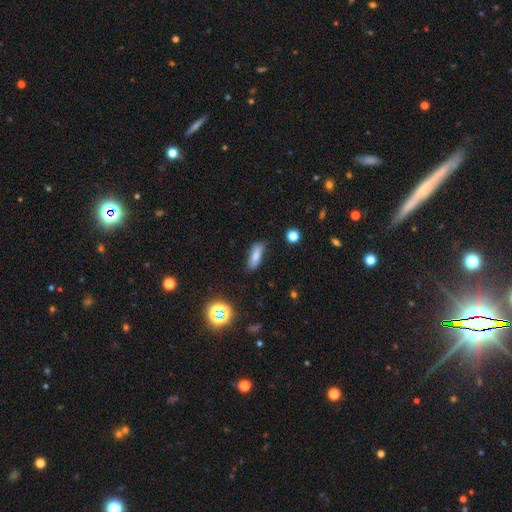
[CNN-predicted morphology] smooth 76%, featured or disk 13%, star or artifact 11%. Down the decision tree: how rounded — in between (60%); merging — none (78%).